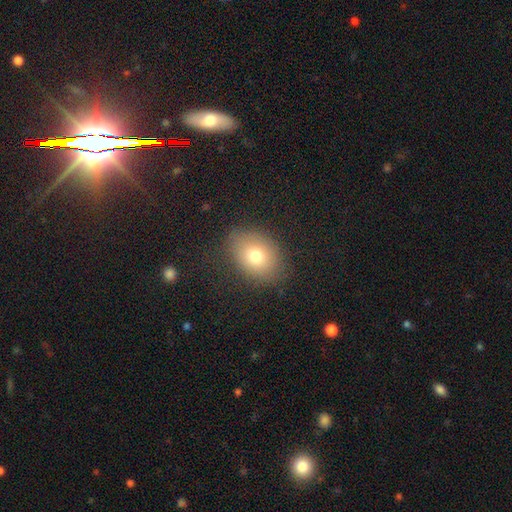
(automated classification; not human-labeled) smooth 76%, featured or disk 14%, star or artifact 11%. Down the decision tree: how rounded — in between (67%); merging — none (81%).